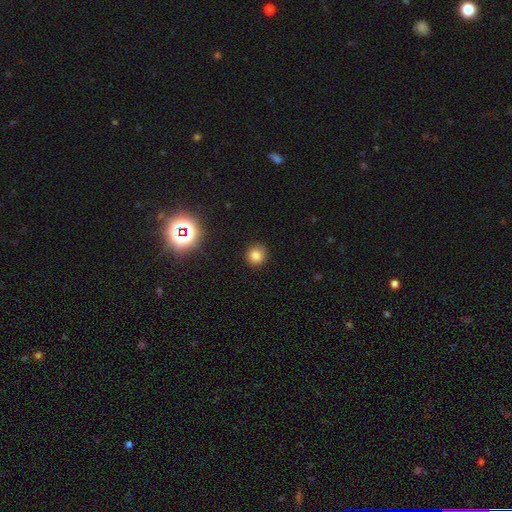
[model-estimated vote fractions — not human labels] Overall: smooth (79%). How rounded: round (92%). Merging: none (90%).